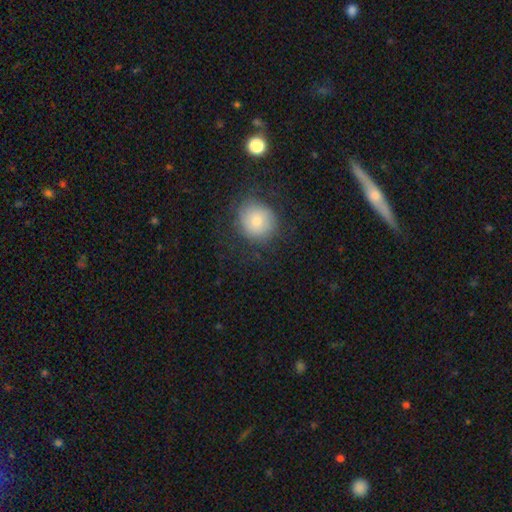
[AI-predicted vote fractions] Smooth or featured?
  - smooth: 51% *
  - featured or disk: 28%
  - star or artifact: 20%
How rounded?
  - round: 90% *
  - in between: 7%
  - cigar-shaped: 2%
Merging?
  - none: 82% *
  - minor disturbance: 12%
  - major disturbance: 4%
  - merger: 2%